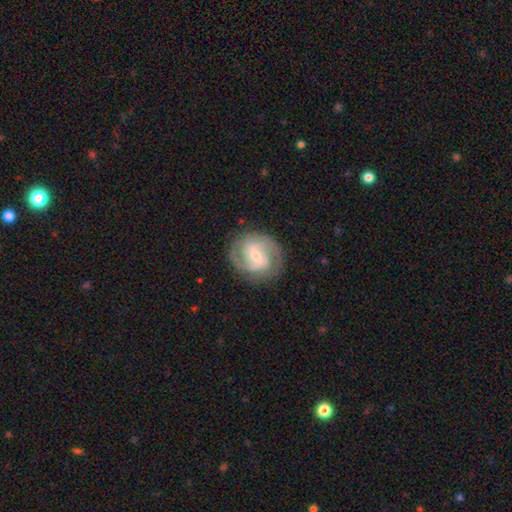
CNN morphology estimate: type=featured or disk (83%); edge-on=no (98%); bar=weak (50%); spiral arms=yes (95%); winding=medium (47%); arm count=2 (73%); bulge=small (60%); merging=none (82%).